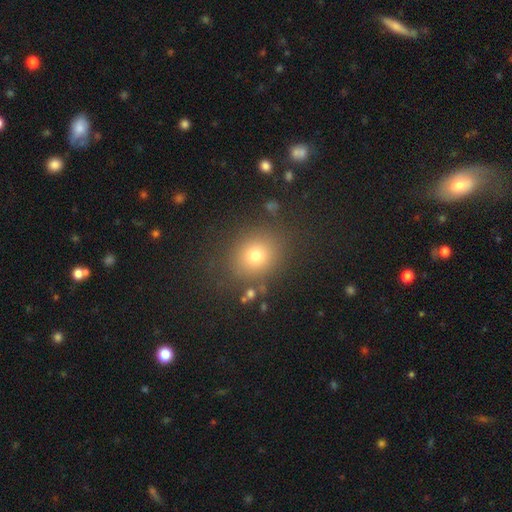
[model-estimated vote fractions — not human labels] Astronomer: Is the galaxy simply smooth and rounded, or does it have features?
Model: smooth — 74%.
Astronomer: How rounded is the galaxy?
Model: round — 68%.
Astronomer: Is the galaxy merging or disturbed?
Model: none — 83%.